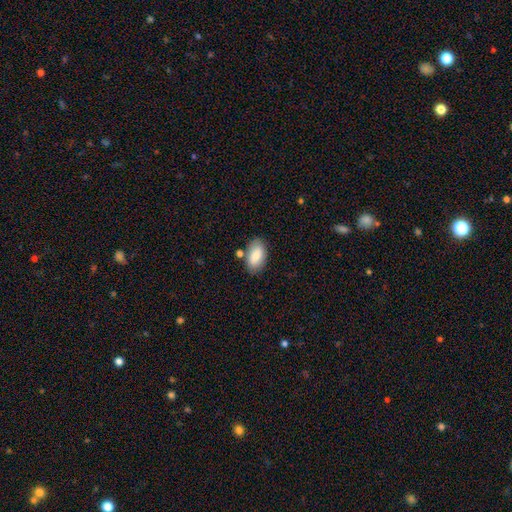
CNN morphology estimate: Smooth or featured?
  - smooth: 81% *
  - featured or disk: 13%
  - star or artifact: 7%
How rounded?
  - in between: 94% *
  - round: 4%
  - cigar-shaped: 2%
Merging?
  - none: 77% *
  - minor disturbance: 13%
  - merger: 7%
  - major disturbance: 3%